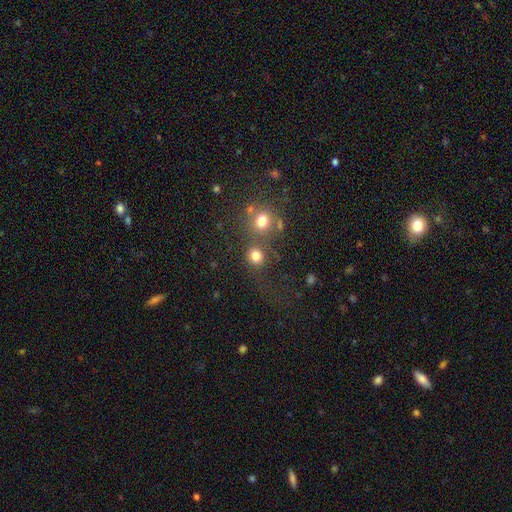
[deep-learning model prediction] This is likely a smooth galaxy (78%). How rounded: clearly round (84%). Merging: likely none (63%).